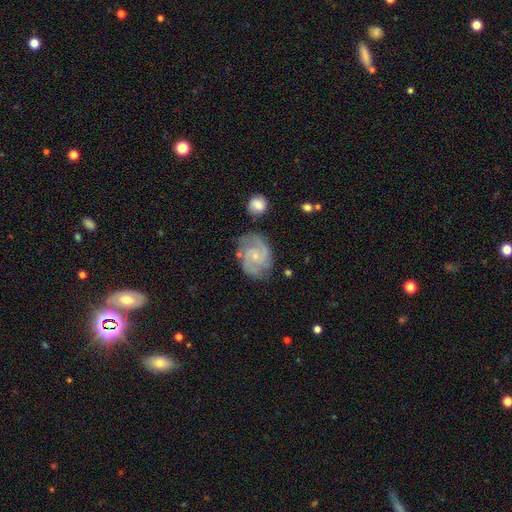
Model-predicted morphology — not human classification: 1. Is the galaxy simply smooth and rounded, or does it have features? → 87% featured or disk, 8% smooth, 5% star or artifact.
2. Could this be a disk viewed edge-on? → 98% no, 2% yes.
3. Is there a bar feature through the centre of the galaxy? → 62% no, 33% weak, 5% strong.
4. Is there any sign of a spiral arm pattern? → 97% yes, 3% no.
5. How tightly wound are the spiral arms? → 48% medium, 42% tight, 10% loose.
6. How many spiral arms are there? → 82% 2, 7% 3, 6% can't tell, 2% 1, 2% 4, 2% more than 4.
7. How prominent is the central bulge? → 75% small, 19% moderate, 4% none, 1% large, 1% dominant.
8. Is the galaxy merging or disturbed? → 73% none, 17% minor disturbance, 5% major disturbance, 4% merger.